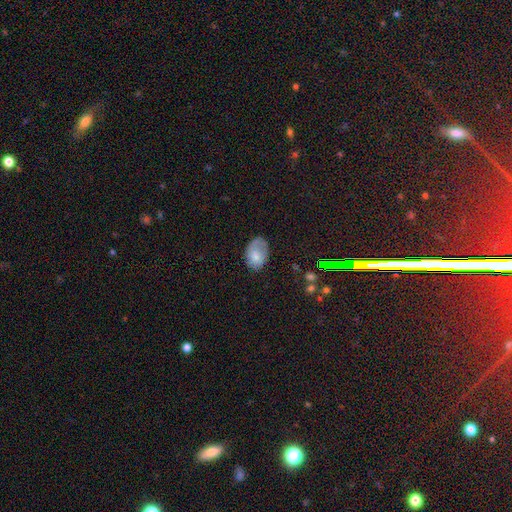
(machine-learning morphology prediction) Smooth or featured? Predicted: smooth (p=0.72). How rounded? Predicted: in between (p=0.84). Merging? Predicted: none (p=0.52).